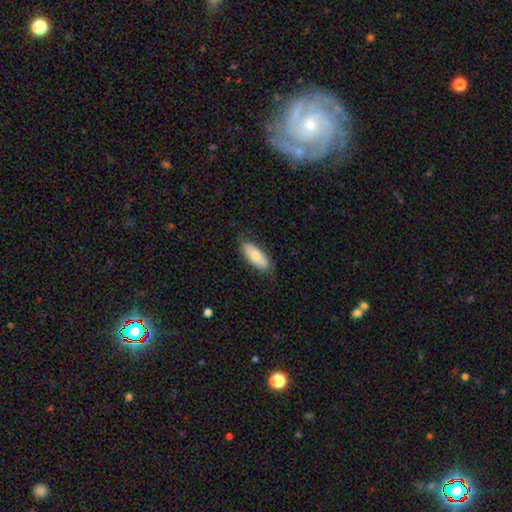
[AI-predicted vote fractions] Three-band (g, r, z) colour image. It shows a smooth galaxy with no disk features (73%) that is in between round and cigar-shaped (78%). Merging: none (80%).